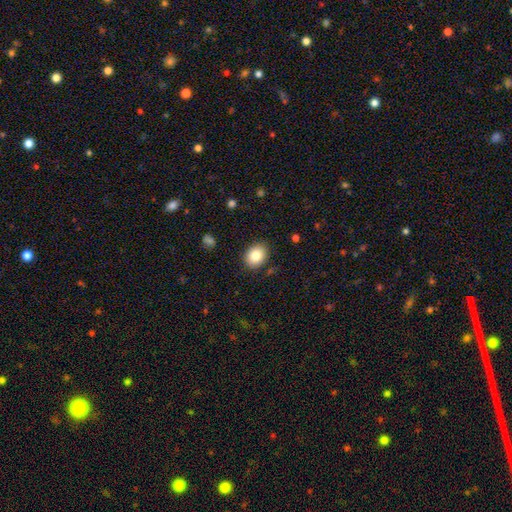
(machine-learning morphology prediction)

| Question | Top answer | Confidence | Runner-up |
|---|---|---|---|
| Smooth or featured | smooth | 83% | star or artifact (8%) |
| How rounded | in between | 60% | round (39%) |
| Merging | none | 88% | minor disturbance (9%) |